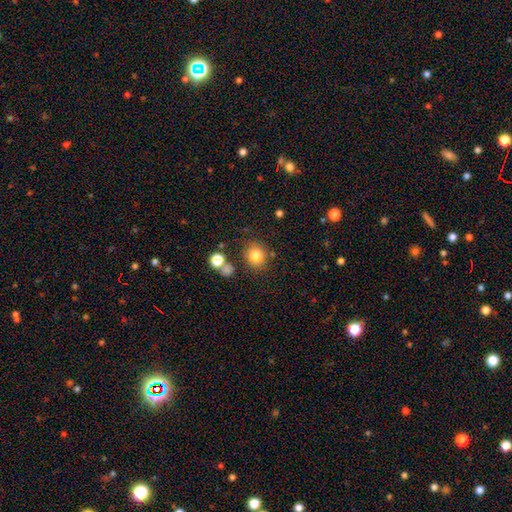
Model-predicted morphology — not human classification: Smooth or featured? smooth (79%)
How rounded? round (81%)
Merging? none (77%)